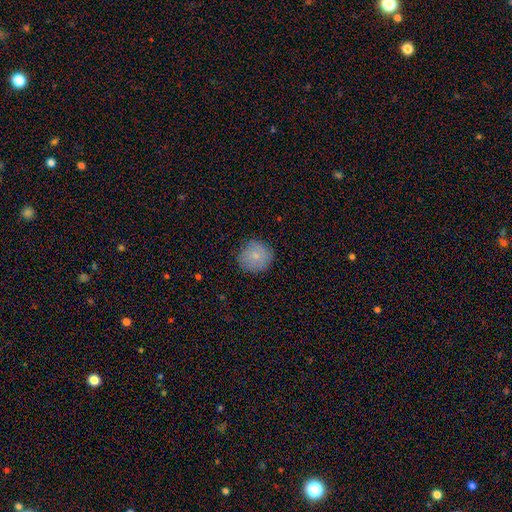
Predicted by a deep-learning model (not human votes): Smooth or featured?
  - smooth: 78% *
  - featured or disk: 13%
  - star or artifact: 8%
How rounded?
  - round: 92% *
  - in between: 7%
  - cigar-shaped: 1%
Merging?
  - none: 84% *
  - minor disturbance: 13%
  - major disturbance: 3%
  - merger: 1%